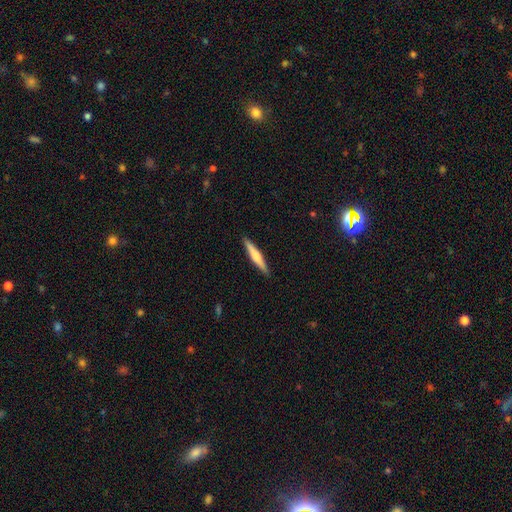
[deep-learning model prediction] Overall: featured or disk (48%; smooth 47%). Merging: none (91%).